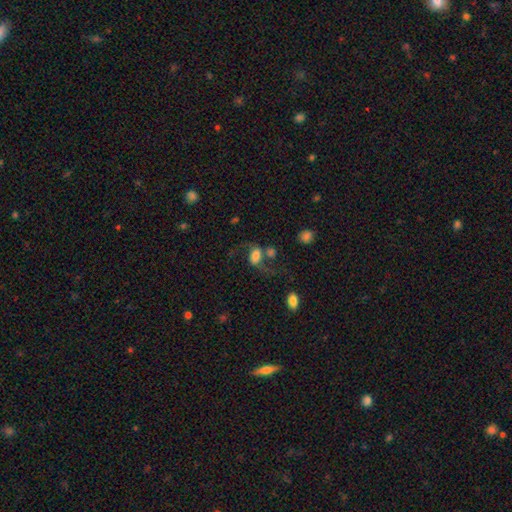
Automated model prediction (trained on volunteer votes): smooth_or_featured: featured or disk (p=0.48) [alt: smooth p=0.41]
merging: none (p=0.42) [alt: merger p=0.23]